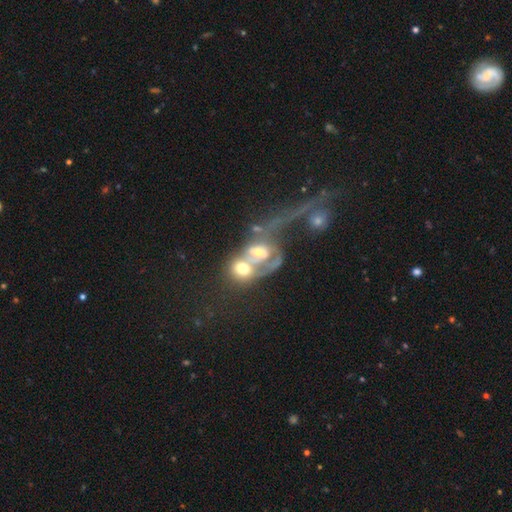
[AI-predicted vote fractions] This appears to be a featured or disk galaxy (57%) with no bar (73%), spiral arms (51%) and a moderate central bulge (54%). Merging: merger (75%).